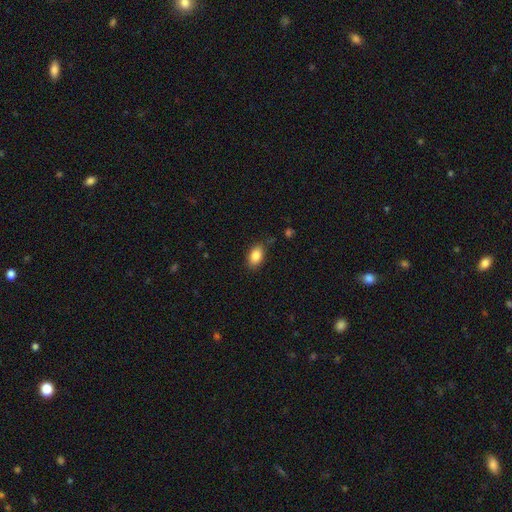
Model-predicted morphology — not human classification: This appears to be a smooth galaxy with no disk features (86%) that is in between round and cigar-shaped (89%). Merging: none (81%).